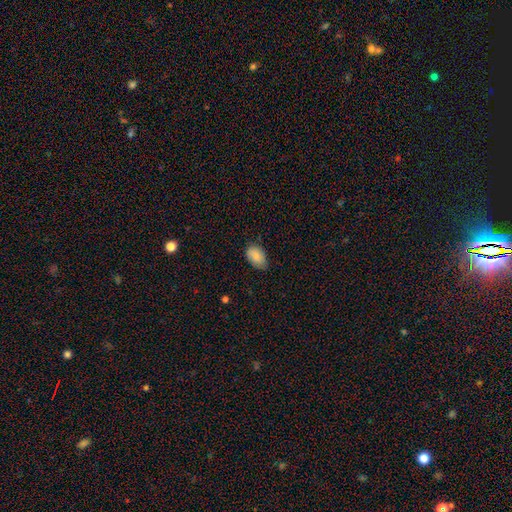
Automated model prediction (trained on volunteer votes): Morphology: type=smooth (84%); roundness=in between (90%); merging=none (69%).